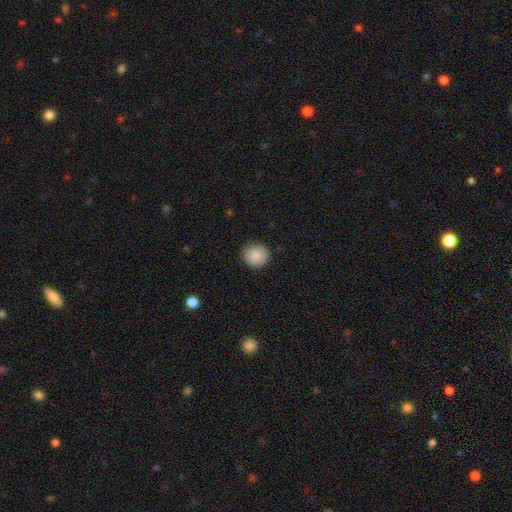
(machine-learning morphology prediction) A smooth galaxy with no disk features (86%) that is round (90%). Merging: none (84%).